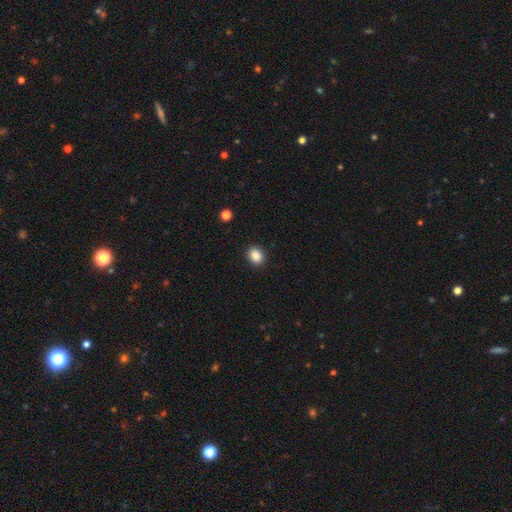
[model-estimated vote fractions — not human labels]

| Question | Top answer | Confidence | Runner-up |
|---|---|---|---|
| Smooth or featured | smooth | 88% | star or artifact (9%) |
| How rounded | round | 54% | in between (45%) |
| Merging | none | 90% | minor disturbance (7%) |